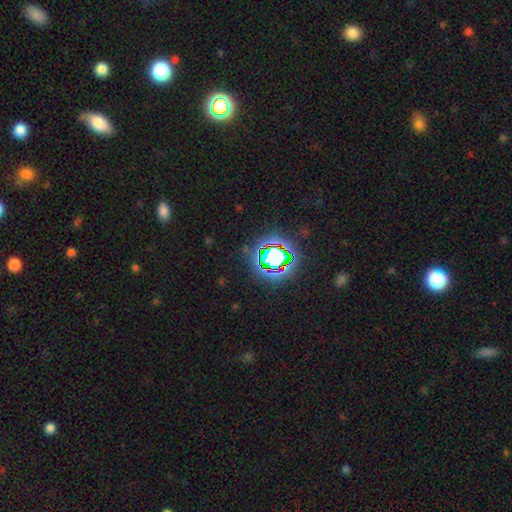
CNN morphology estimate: The model was most divided on "smooth or featured": star or artifact: 78%, smooth: 14%, featured or disk: 8%.